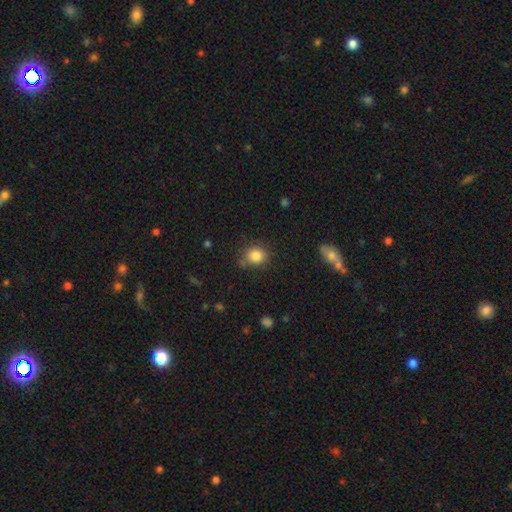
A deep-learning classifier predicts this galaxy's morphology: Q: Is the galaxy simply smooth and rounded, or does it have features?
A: smooth — 84%.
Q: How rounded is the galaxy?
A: round — 68%.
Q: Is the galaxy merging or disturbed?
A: none — 76%.